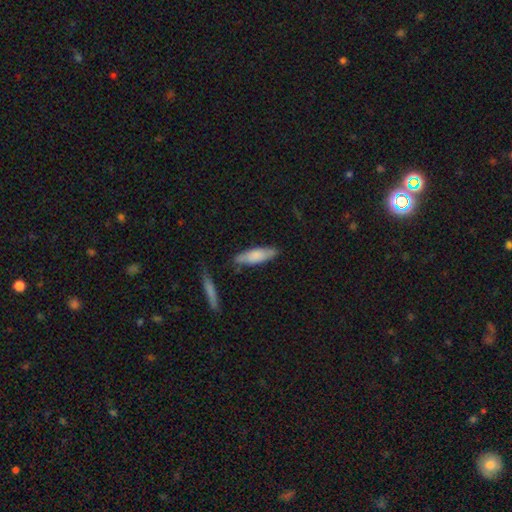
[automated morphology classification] smooth 76%, featured or disk 18%, star or artifact 6%. Down the decision tree: how rounded — cigar-shaped (53%); merging — none (77%).